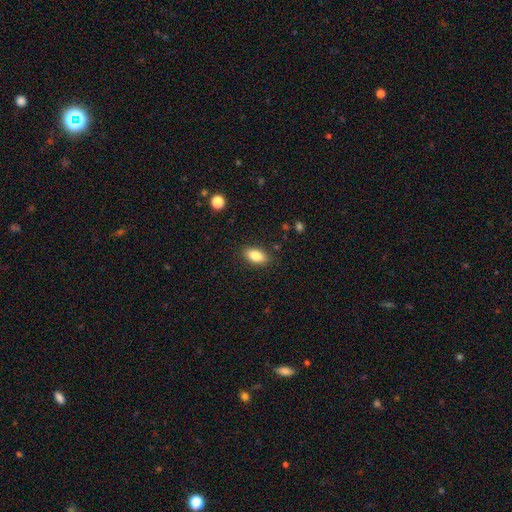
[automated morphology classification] A smooth galaxy with no disk features (84%) that is in between round and cigar-shaped (90%). Merging: none (87%).